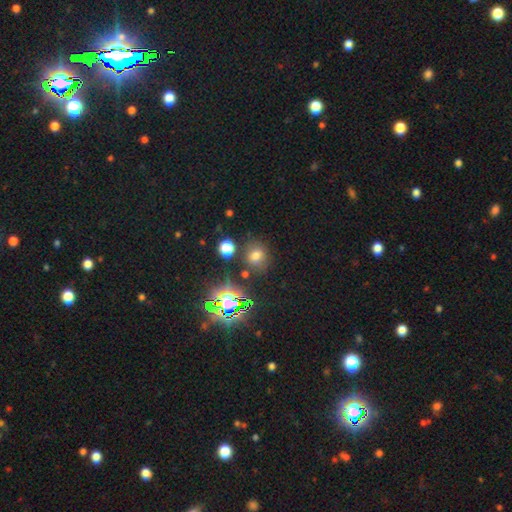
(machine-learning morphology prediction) type=smooth (65%); roundness=round (72%); merging=none (77%).